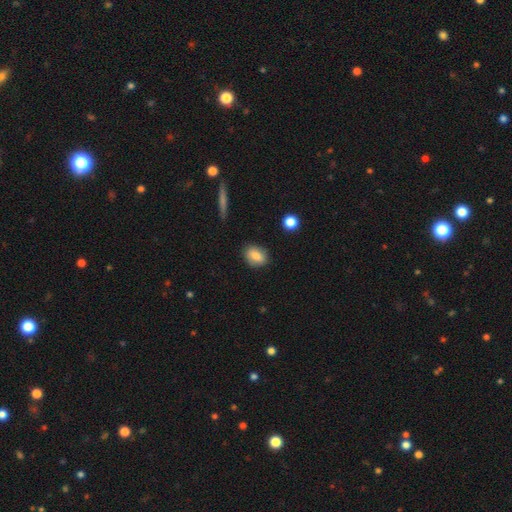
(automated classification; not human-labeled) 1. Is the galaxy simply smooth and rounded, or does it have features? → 82% smooth, 10% featured or disk, 8% star or artifact.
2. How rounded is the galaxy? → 70% in between, 28% round, 2% cigar-shaped.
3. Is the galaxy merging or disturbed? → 84% none, 12% minor disturbance, 3% major disturbance, 2% merger.